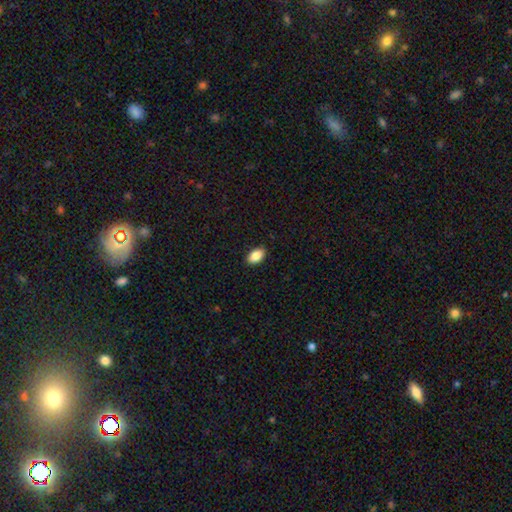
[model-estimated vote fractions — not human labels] smooth_or_featured: smooth (p=0.87) [alt: star or artifact p=0.07]
how_rounded: in between (p=0.92) [alt: round p=0.06]
merging: none (p=0.89) [alt: minor disturbance p=0.08]